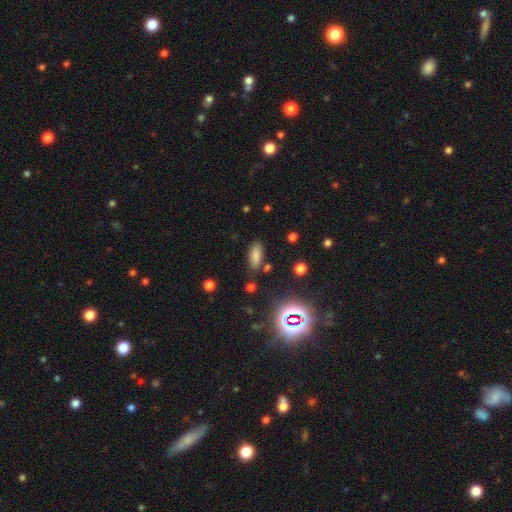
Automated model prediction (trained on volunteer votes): This appears to be a smooth galaxy with no disk features (78%) that is in between round and cigar-shaped (80%). Merging: none (81%).